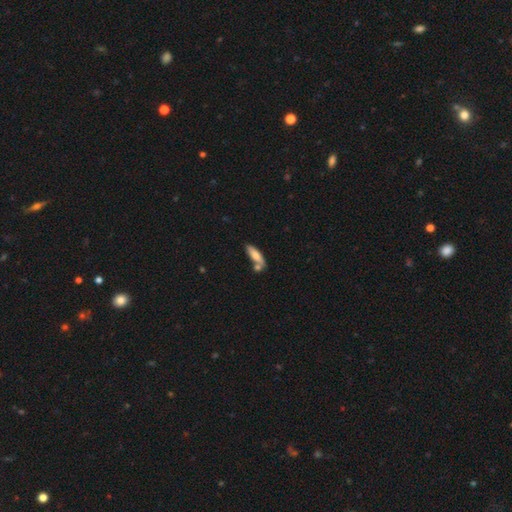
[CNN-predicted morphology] A smooth galaxy with no disk features (72%) that is cigar-shaped (50%).

Vote fractions:
- Smooth or featured? smooth: 72% / featured or disk: 21% / star or artifact: 6%
- How rounded? cigar-shaped: 50% / in between: 48% / round: 2%
- Merging? none: 54% / merger: 25% / minor disturbance: 16% / major disturbance: 4%